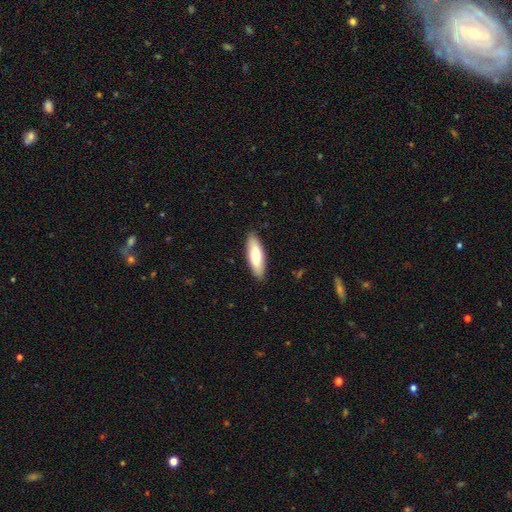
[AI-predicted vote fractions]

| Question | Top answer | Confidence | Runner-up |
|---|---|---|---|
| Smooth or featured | smooth | 75% | featured or disk (20%) |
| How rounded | in between | 52% | cigar-shaped (46%) |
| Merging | none | 89% | minor disturbance (9%) |